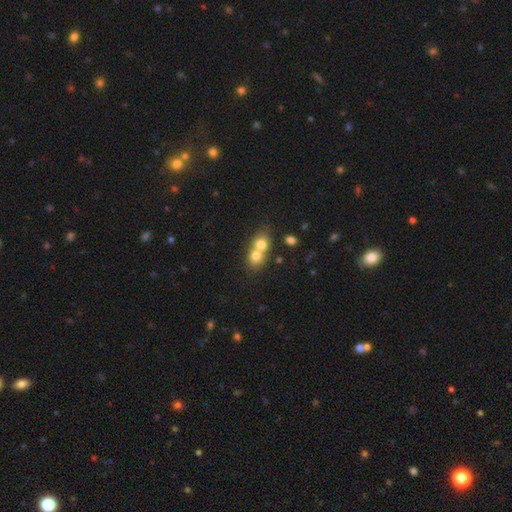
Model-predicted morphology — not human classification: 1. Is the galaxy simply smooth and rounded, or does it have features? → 72% smooth, 18% featured or disk, 10% star or artifact.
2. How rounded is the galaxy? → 64% round, 35% in between, 2% cigar-shaped.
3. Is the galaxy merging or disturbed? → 72% merger, 21% none, 5% minor disturbance, 3% major disturbance.